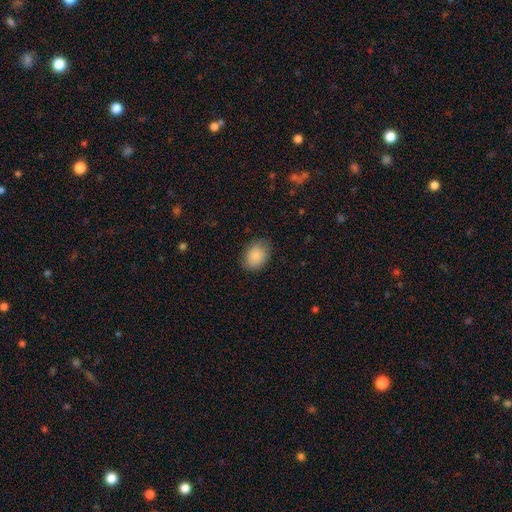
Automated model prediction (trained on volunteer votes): A smooth galaxy with no disk features (88%) that is in between round and cigar-shaped (62%). Merging: none (80%).